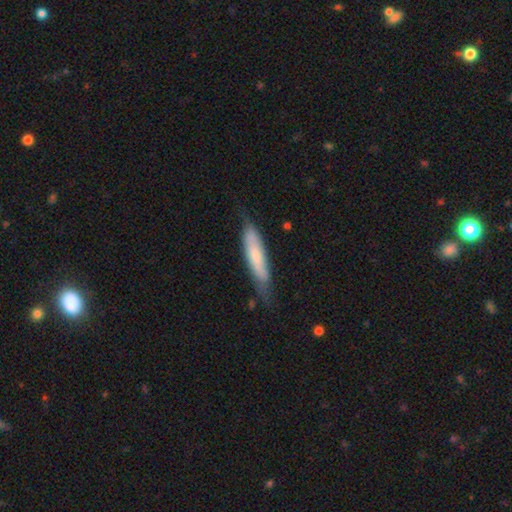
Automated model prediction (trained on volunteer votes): smooth_or_featured: smooth (p=0.63) [alt: featured or disk p=0.32]
how_rounded: cigar-shaped (p=0.80) [alt: in between p=0.19]
merging: none (p=0.66) [alt: minor disturbance p=0.26]